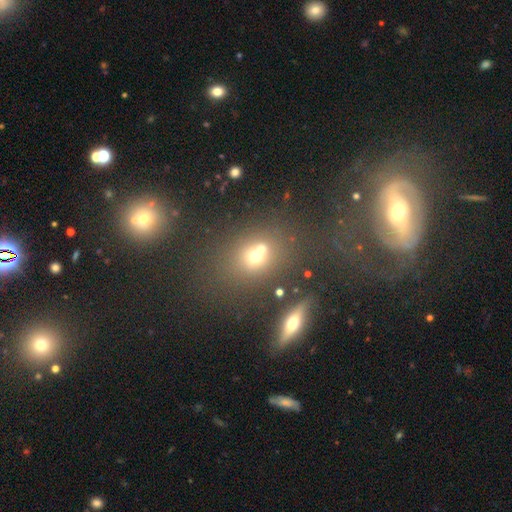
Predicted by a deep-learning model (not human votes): This is possibly a smooth galaxy (59%). How rounded: likely round (60%). Merging: possibly none (47%).